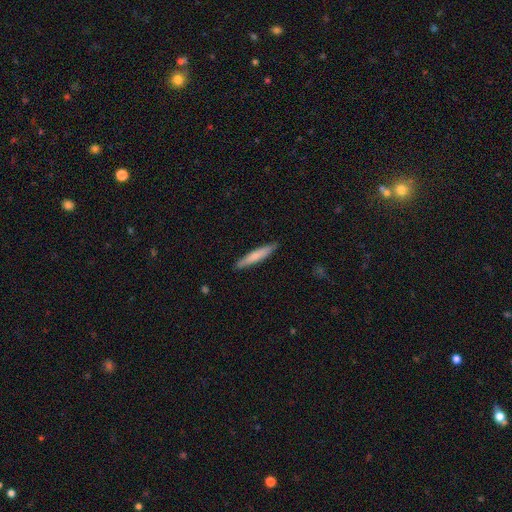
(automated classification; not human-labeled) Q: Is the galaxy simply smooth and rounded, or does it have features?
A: smooth — 70%.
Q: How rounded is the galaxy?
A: cigar-shaped — 92%.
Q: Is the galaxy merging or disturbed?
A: none — 88%.